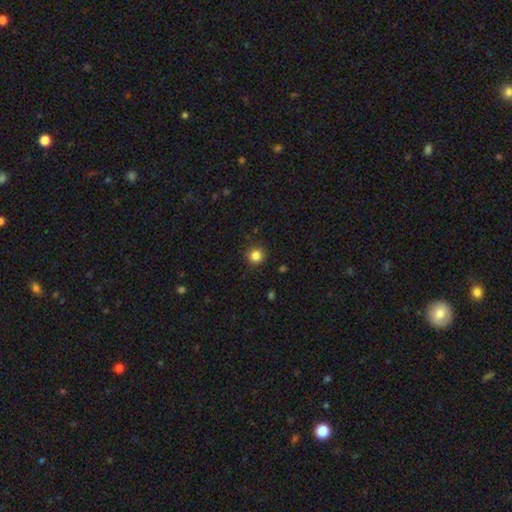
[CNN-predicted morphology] Overall: smooth (84%). How rounded: round (94%). Merging: none (90%).